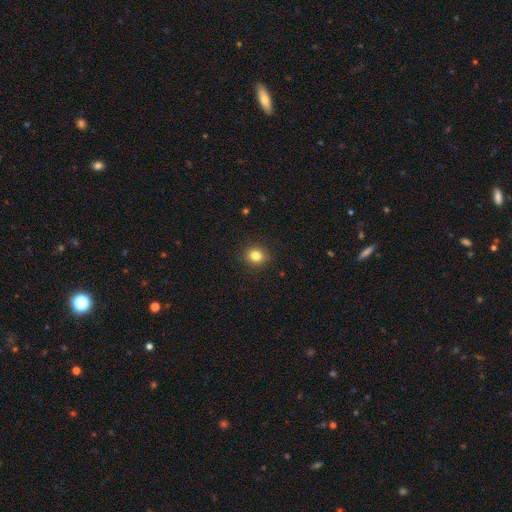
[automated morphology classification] The model was most divided on "how rounded": round: 83%, in between: 16%, cigar-shaped: 1%. More confident: merging — none (91%); smooth or featured — smooth (82%).